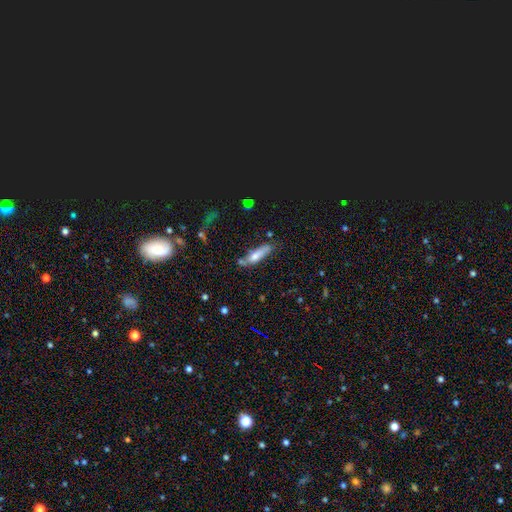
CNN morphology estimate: Smooth or featured: smooth — 60% (featured or disk — 32%)
How rounded: cigar-shaped — 67% (in between — 30%)
Merging: none — 61% (minor disturbance — 23%)